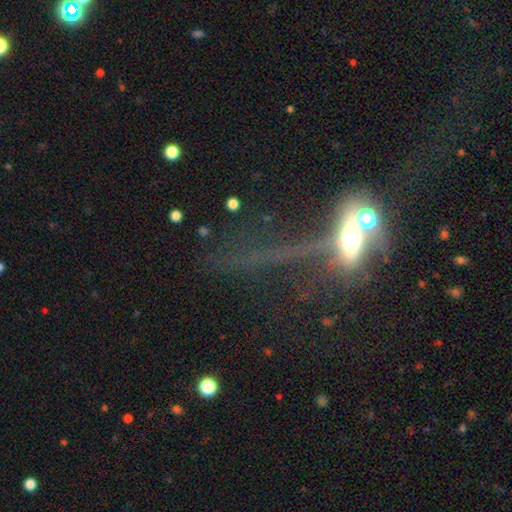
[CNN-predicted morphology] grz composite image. It shows a featured or disk galaxy (45%). Merging: merger (38%).